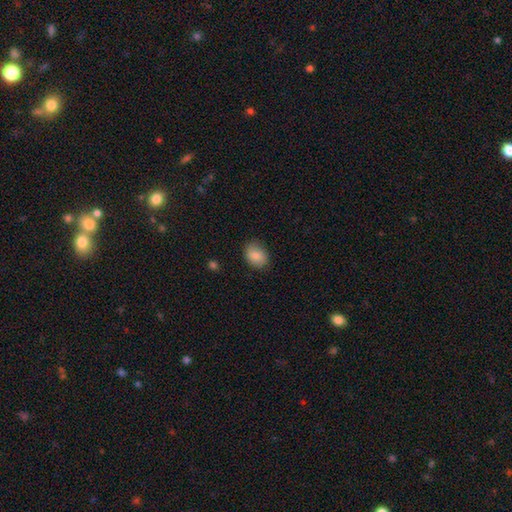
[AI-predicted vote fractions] Q: Smooth or featured?
A: smooth (85%); runner-up: star or artifact (8%)
Q: How rounded?
A: in between (66%); runner-up: round (33%)
Q: Merging?
A: none (81%); runner-up: minor disturbance (15%)